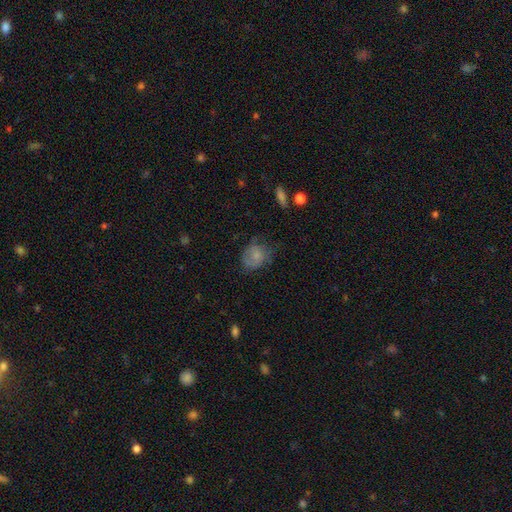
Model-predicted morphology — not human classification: This is likely a smooth galaxy (68%). How rounded: possibly round (56%). Merging: possibly none (51%).